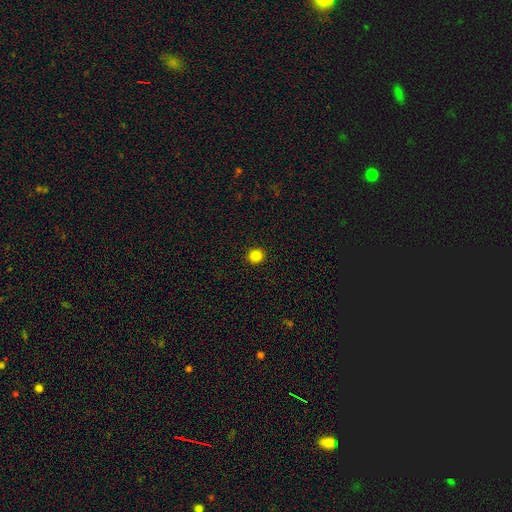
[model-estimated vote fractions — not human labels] The model was most divided on "smooth or featured": smooth: 85%, star or artifact: 12%, featured or disk: 4%. More confident: merging — none (93%); how rounded — round (93%).